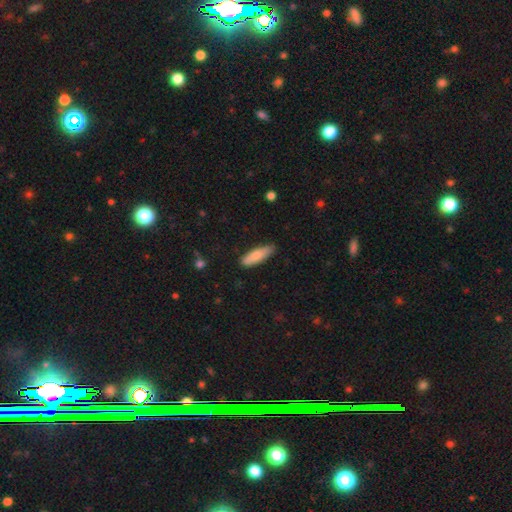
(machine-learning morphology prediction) Smooth or featured: smooth — 80% (featured or disk — 15%)
How rounded: cigar-shaped — 57% (in between — 41%)
Merging: none — 82% (minor disturbance — 15%)